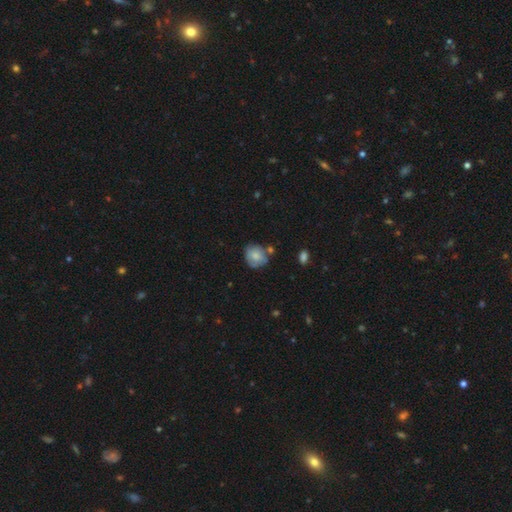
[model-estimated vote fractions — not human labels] Smooth or featured? Predicted: smooth (p=0.72). How rounded? Predicted: round (p=0.72). Merging? Predicted: none (p=0.59).